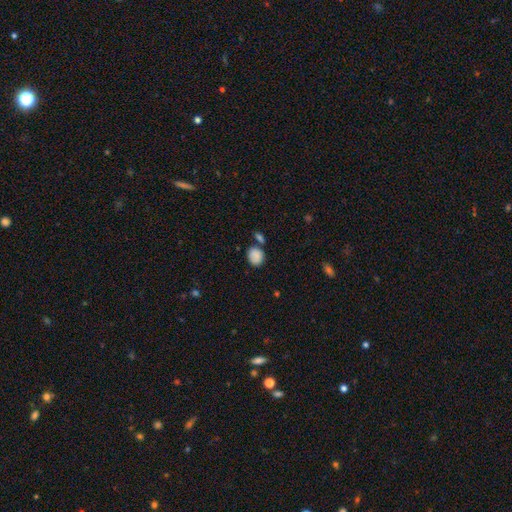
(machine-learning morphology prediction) Smooth or featured? smooth (87%)
How rounded? round (62%)
Merging? none (66%)